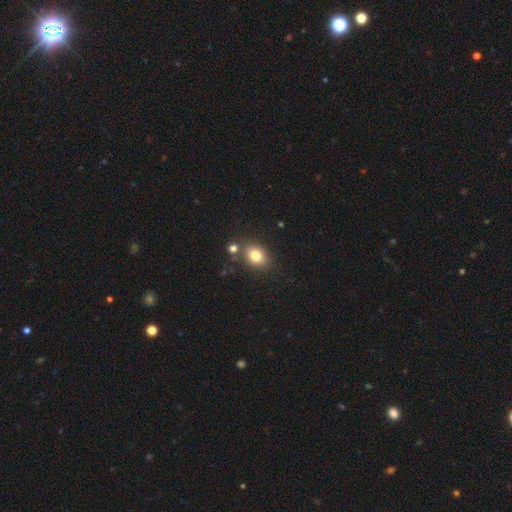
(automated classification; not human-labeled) Smooth or featured?
  - smooth: 79% *
  - star or artifact: 12%
  - featured or disk: 9%
How rounded?
  - in between: 59% *
  - round: 40%
  - cigar-shaped: 1%
Merging?
  - none: 74% *
  - merger: 12%
  - minor disturbance: 11%
  - major disturbance: 3%